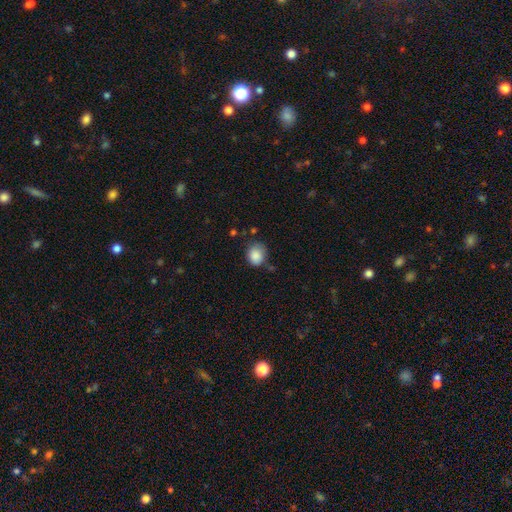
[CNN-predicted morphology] Smooth or featured? Predicted: smooth (p=0.87). How rounded? Predicted: round (p=0.55). Merging? Predicted: none (p=0.61).